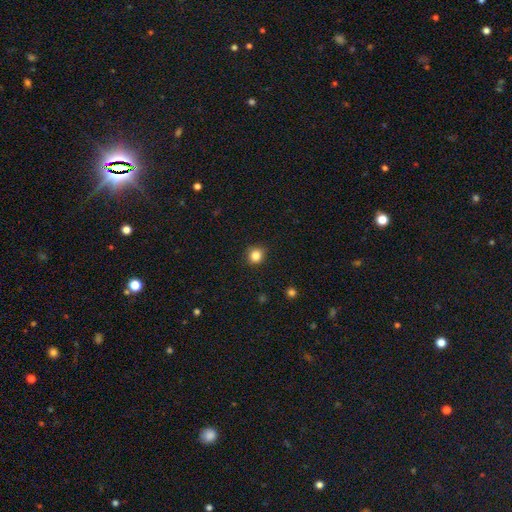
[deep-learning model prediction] Q: Smooth or featured?
A: smooth (84%); runner-up: star or artifact (12%)
Q: How rounded?
A: round (88%); runner-up: in between (11%)
Q: Merging?
A: none (90%); runner-up: minor disturbance (7%)